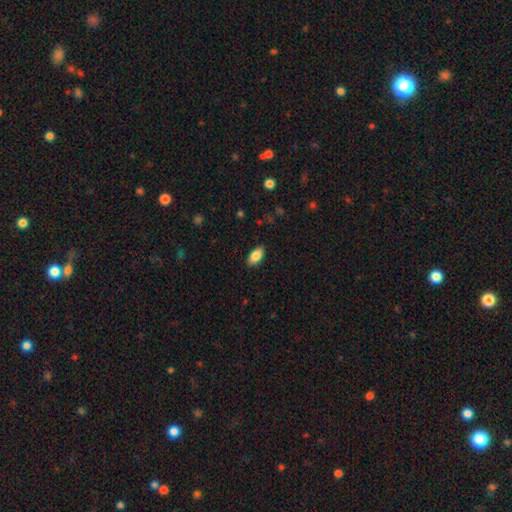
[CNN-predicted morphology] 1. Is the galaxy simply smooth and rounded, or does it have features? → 86% smooth, 7% star or artifact, 7% featured or disk.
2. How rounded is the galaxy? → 93% in between, 4% round, 3% cigar-shaped.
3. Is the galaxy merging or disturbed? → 88% none, 9% minor disturbance, 2% major disturbance, 1% merger.